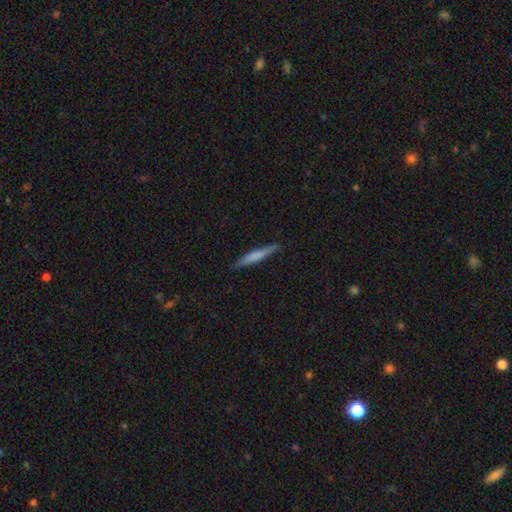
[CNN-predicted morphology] Q: Smooth or featured?
A: smooth (64%); runner-up: featured or disk (30%)
Q: How rounded?
A: cigar-shaped (95%); runner-up: in between (4%)
Q: Merging?
A: none (89%); runner-up: minor disturbance (9%)